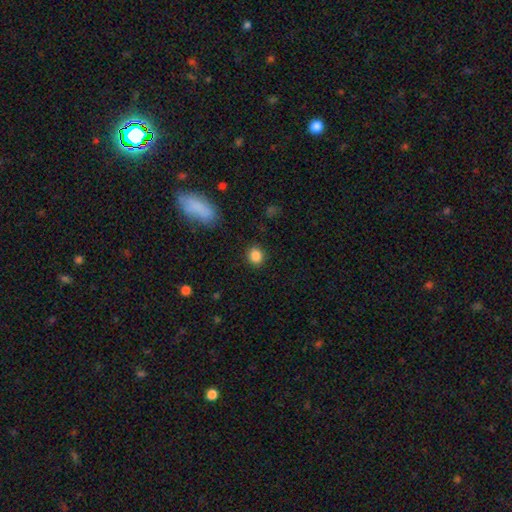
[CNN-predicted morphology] A smooth galaxy with no disk features (86%) that is round (63%).

Vote fractions:
- Smooth or featured? smooth: 86% / star or artifact: 10% / featured or disk: 4%
- How rounded? round: 63% / in between: 36% / cigar-shaped: 1%
- Merging? none: 88% / minor disturbance: 8% / major disturbance: 3% / merger: 1%